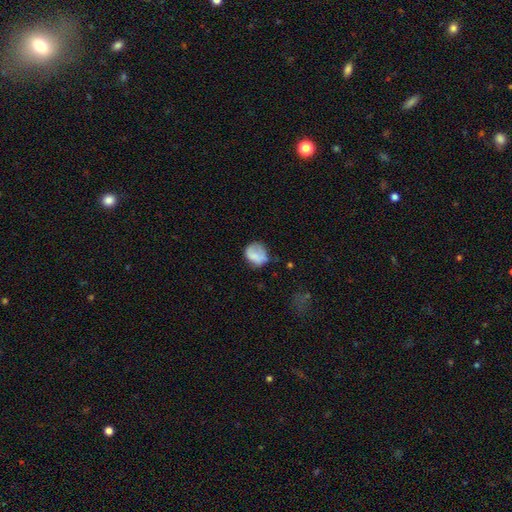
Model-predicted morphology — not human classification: smooth_or_featured: smooth (p=0.74) [alt: featured or disk p=0.17]
how_rounded: round (p=0.64) [alt: in between p=0.35]
merging: none (p=0.52) [alt: minor disturbance p=0.30]